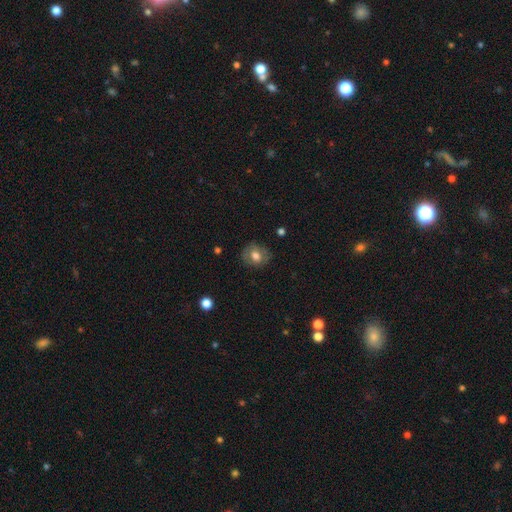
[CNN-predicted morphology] smooth-or-featured: smooth: 66% | featured or disk: 25% | star or artifact: 9%
  how-rounded: round: 69% | in between: 30% | cigar-shaped: 1%
  merging: none: 79% | minor disturbance: 15% | major disturbance: 5% | merger: 1%